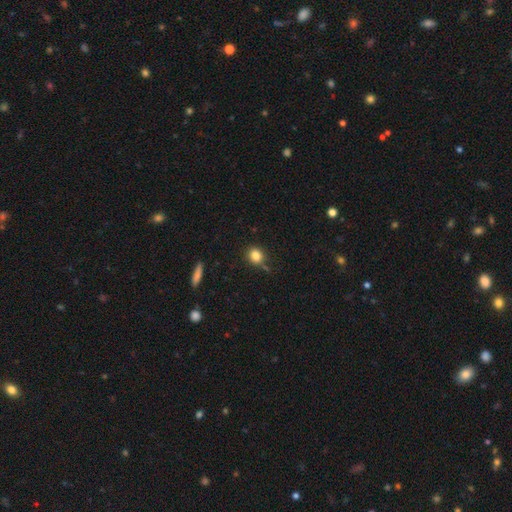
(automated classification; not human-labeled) Morphology: type=smooth (83%); roundness=round (72%); merging=none (75%).